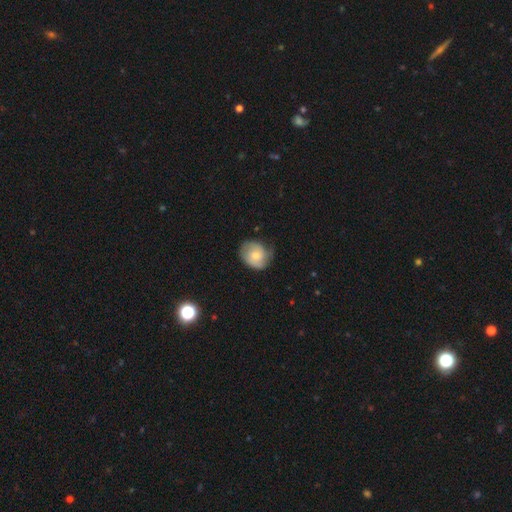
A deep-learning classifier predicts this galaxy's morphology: smooth-or-featured: smooth: 53% | featured or disk: 40% | star or artifact: 7%
  how-rounded: round: 65% | in between: 34% | cigar-shaped: 1%
  merging: none: 60% | minor disturbance: 30% | major disturbance: 9% | merger: 1%